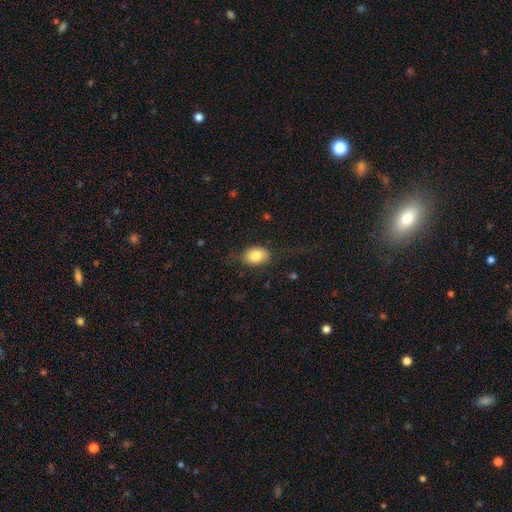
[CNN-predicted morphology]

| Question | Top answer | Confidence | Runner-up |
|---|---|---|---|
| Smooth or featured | smooth | 82% | featured or disk (10%) |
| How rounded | in between | 74% | round (24%) |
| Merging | none | 75% | minor disturbance (16%) |